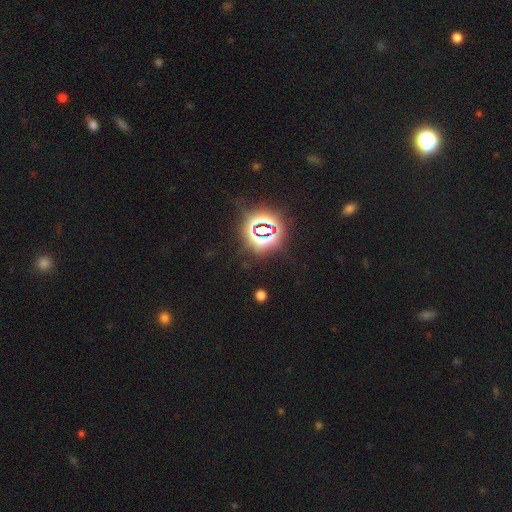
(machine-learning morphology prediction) Smooth or featured?
  - star or artifact: 81% *
  - smooth: 12%
  - featured or disk: 6%